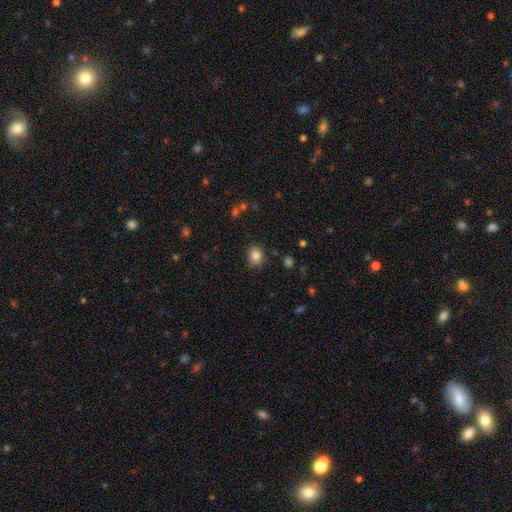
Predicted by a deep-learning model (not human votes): smooth-or-featured: smooth: 83% | star or artifact: 11% | featured or disk: 6%
  how-rounded: round: 68% | in between: 31% | cigar-shaped: 1%
  merging: none: 87% | minor disturbance: 9% | major disturbance: 2% | merger: 2%